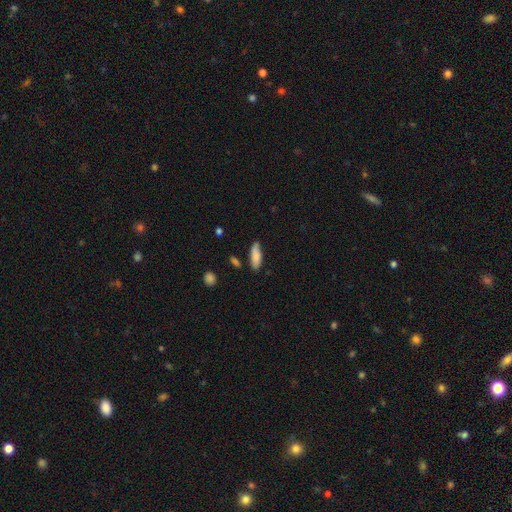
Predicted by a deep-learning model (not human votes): A smooth galaxy with no disk features (81%) that is in between round and cigar-shaped (60%). Merging: none (72%).